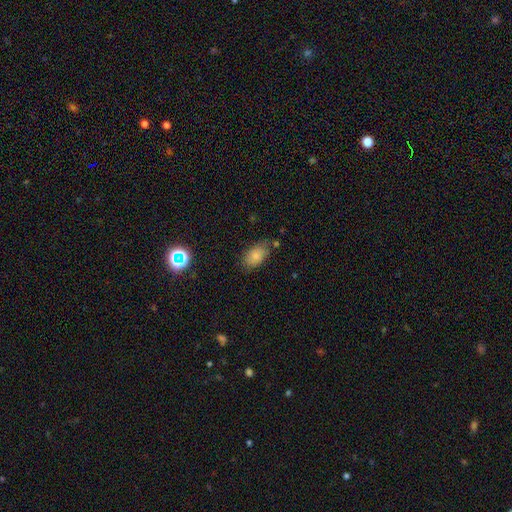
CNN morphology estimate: Smooth or featured? smooth (82%)
How rounded? in between (90%)
Merging? none (68%)